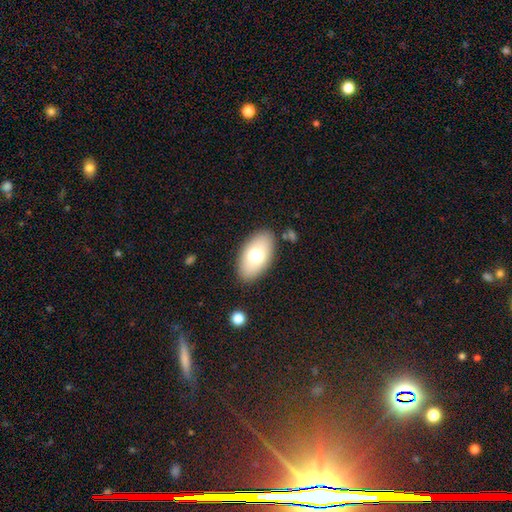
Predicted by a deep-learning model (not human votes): This is likely a smooth galaxy (70%). How rounded: clearly in between (93%). Merging: clearly none (86%).